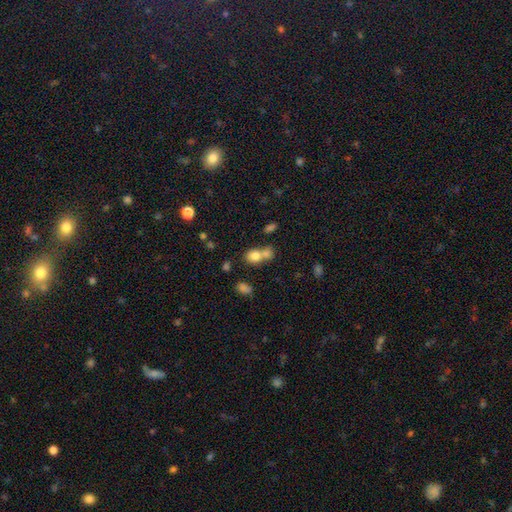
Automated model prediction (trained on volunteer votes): Smooth or featured? Predicted: smooth (p=0.79). How rounded? Predicted: in between (p=0.50). Merging? Predicted: merger (p=0.52).